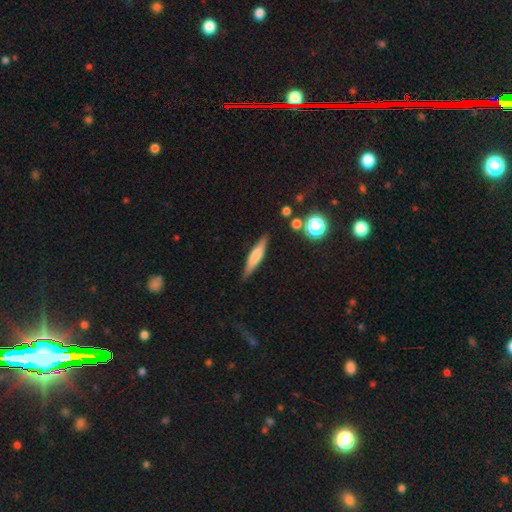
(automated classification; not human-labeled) A smooth galaxy with no disk features (55%) that is cigar-shaped (86%). Merging: none (86%).